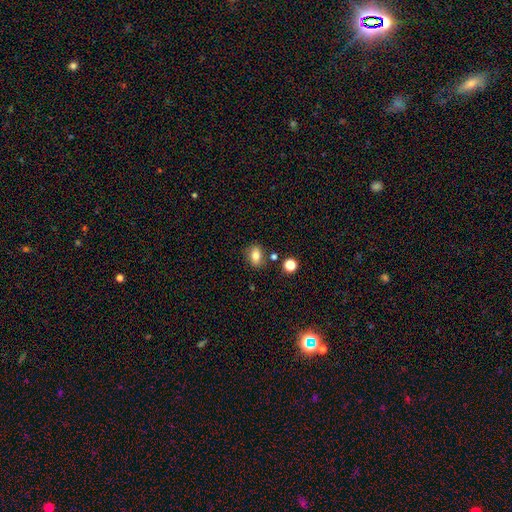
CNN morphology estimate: Smooth or featured? smooth (78%)
How rounded? in between (70%)
Merging? none (79%)